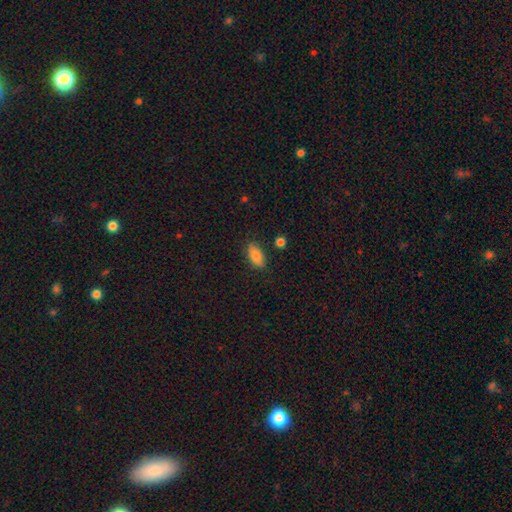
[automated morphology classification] This appears to be a smooth galaxy with no disk features (86%) that is in between round and cigar-shaped (89%). Merging: none (83%).